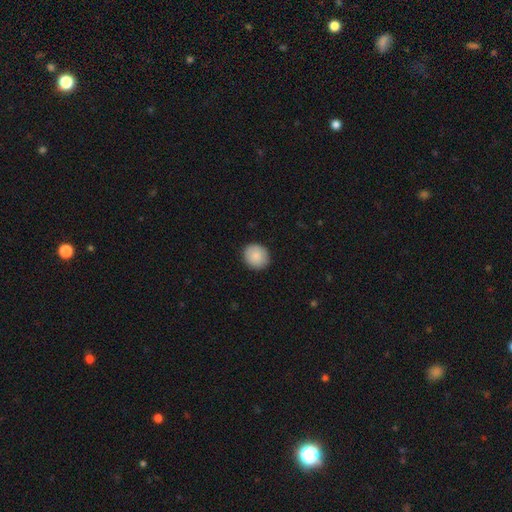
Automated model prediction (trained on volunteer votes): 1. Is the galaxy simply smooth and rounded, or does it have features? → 87% smooth, 7% star or artifact, 6% featured or disk.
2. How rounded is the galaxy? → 82% round, 17% in between, 1% cigar-shaped.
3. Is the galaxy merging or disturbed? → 90% none, 8% minor disturbance, 2% major disturbance, 1% merger.